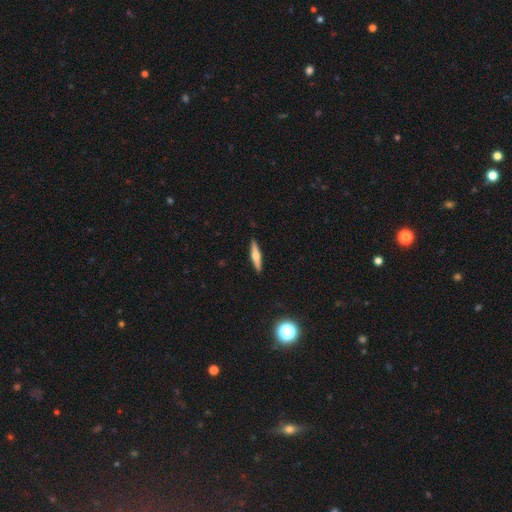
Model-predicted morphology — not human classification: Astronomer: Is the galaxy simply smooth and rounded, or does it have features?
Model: featured or disk — 51% (runner-up: smooth, 42%).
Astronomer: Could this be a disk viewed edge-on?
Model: yes — 96%.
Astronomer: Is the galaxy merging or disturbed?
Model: none — 91%.